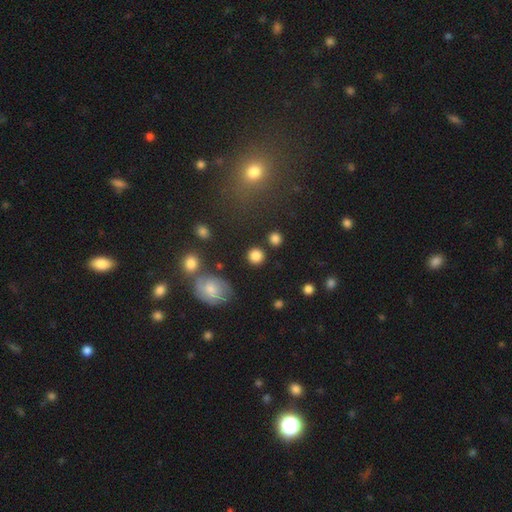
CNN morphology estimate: smooth_or_featured: smooth (p=0.85) [alt: star or artifact p=0.09]
how_rounded: round (p=0.91) [alt: in between p=0.08]
merging: none (p=0.85) [alt: minor disturbance p=0.08]